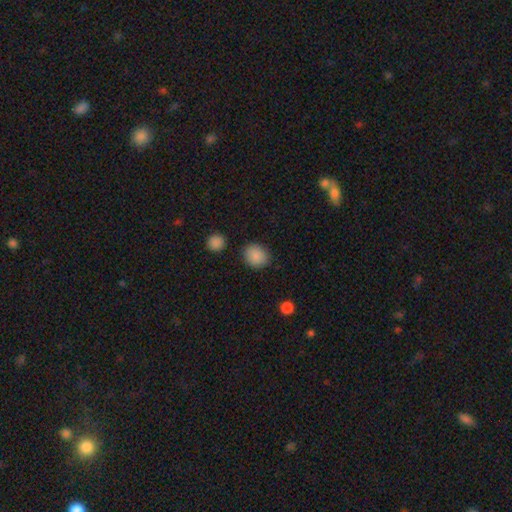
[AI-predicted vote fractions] The model was most divided on "how rounded": round: 64%, in between: 35%, cigar-shaped: 1%. More confident: smooth or featured — smooth (88%); merging — none (86%).